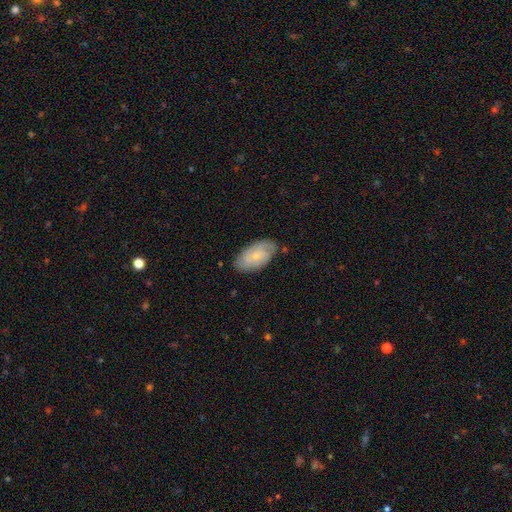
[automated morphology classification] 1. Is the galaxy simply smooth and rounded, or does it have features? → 53% smooth, 40% featured or disk, 6% star or artifact.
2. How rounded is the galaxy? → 93% in between, 4% round, 3% cigar-shaped.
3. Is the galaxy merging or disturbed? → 75% none, 20% minor disturbance, 4% major disturbance, 2% merger.